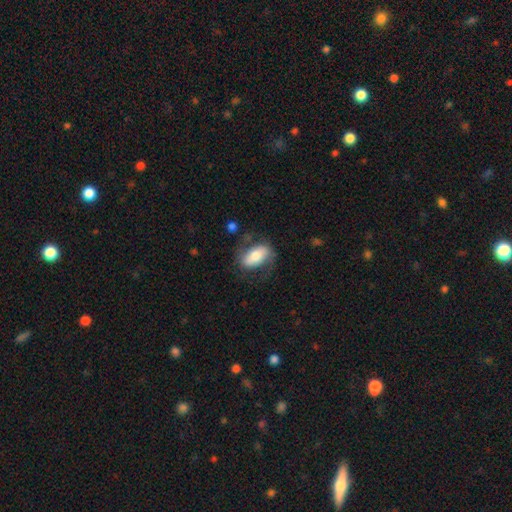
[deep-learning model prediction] This is likely a smooth galaxy (62%). How rounded: clearly in between (90%). Merging: likely none (62%).